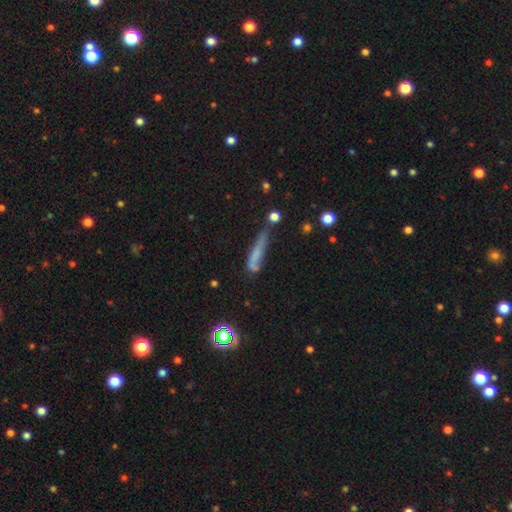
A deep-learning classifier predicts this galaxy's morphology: This is possibly a smooth galaxy (58%). How rounded: clearly cigar-shaped (85%). Merging: marginally none (43%).